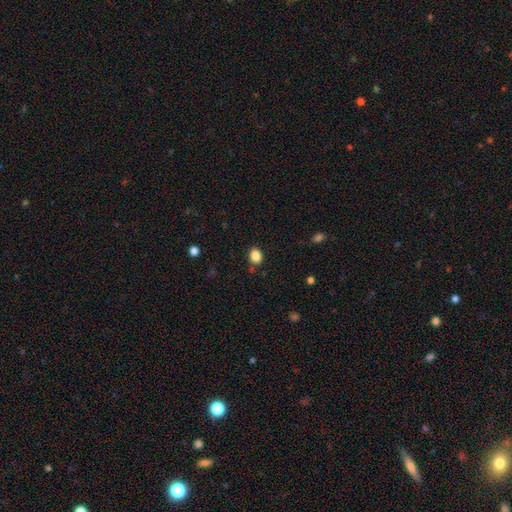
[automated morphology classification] Q: Smooth or featured?
A: smooth (85%); runner-up: star or artifact (10%)
Q: How rounded?
A: in between (51%); runner-up: round (48%)
Q: Merging?
A: none (83%); runner-up: minor disturbance (11%)